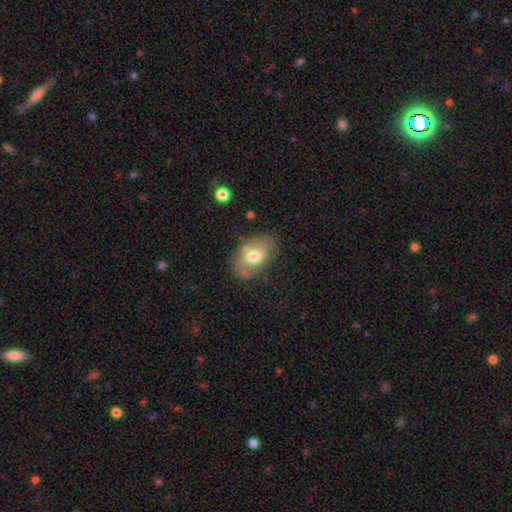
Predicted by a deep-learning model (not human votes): Smooth or featured? Predicted: smooth (p=0.59). How rounded? Predicted: in between (p=0.87). Merging? Predicted: none (p=0.65).